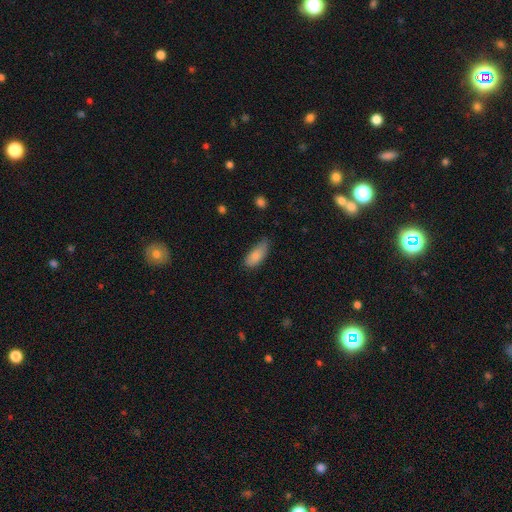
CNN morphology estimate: This appears to be a smooth galaxy with no disk features (83%) that is in between round and cigar-shaped (85%). Merging: none (51%).